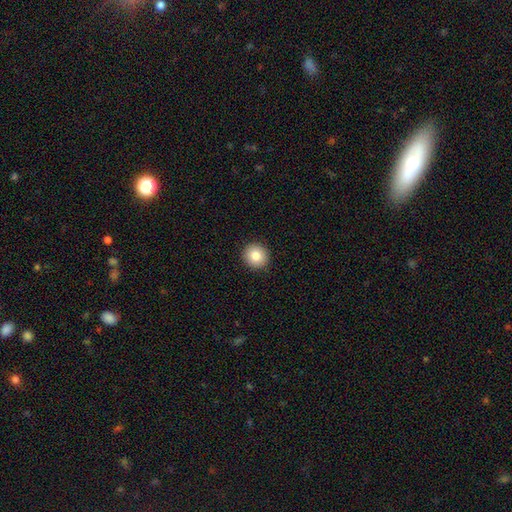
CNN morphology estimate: smooth_or_featured: smooth (p=0.84) [alt: star or artifact p=0.09]
how_rounded: round (p=0.92) [alt: in between p=0.07]
merging: none (p=0.93) [alt: minor disturbance p=0.05]